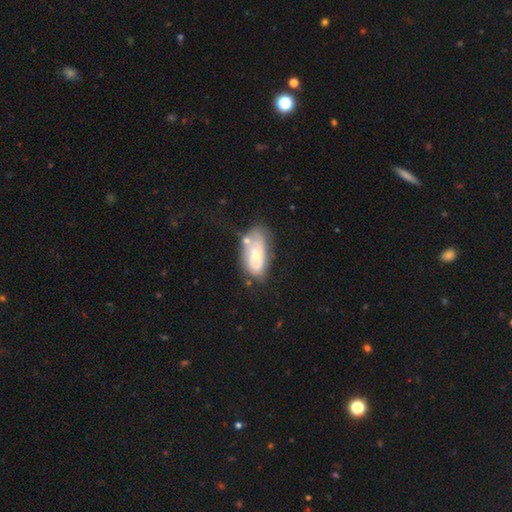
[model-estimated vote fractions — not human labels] A featured or disk galaxy (52%).

Vote fractions:
- Smooth or featured? featured or disk: 52% / smooth: 41% / star or artifact: 6%
- Edge-on disk? no: 93% / yes: 7%
- Merging? none: 45% / minor disturbance: 27% / merger: 14% / major disturbance: 13%